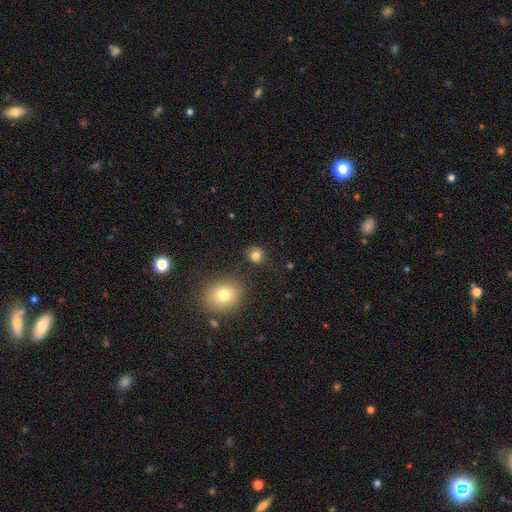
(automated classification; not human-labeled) Morphology: type=smooth (80%); roundness=round (80%); merging=none (81%).